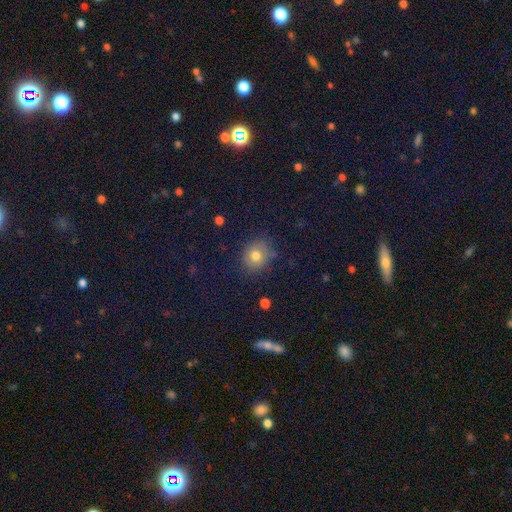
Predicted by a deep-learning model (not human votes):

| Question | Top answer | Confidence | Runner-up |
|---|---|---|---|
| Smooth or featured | smooth | 76% | star or artifact (14%) |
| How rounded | round | 77% | in between (22%) |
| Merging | none | 77% | minor disturbance (17%) |